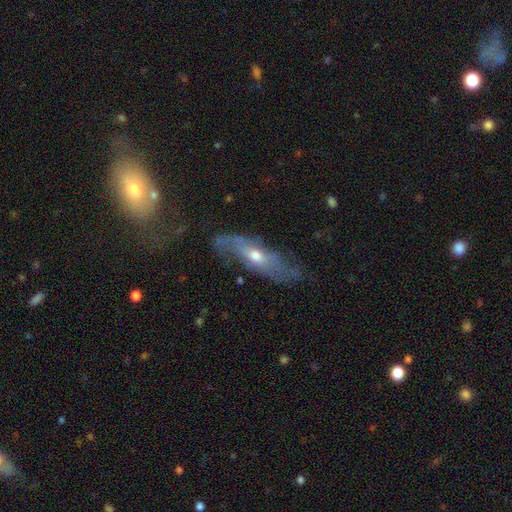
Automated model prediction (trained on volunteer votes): Smooth or featured: featured or disk — 61% (smooth — 32%)
Edge-on disk: no — 63% (yes — 37%)
Merging: none — 55% (minor disturbance — 27%)